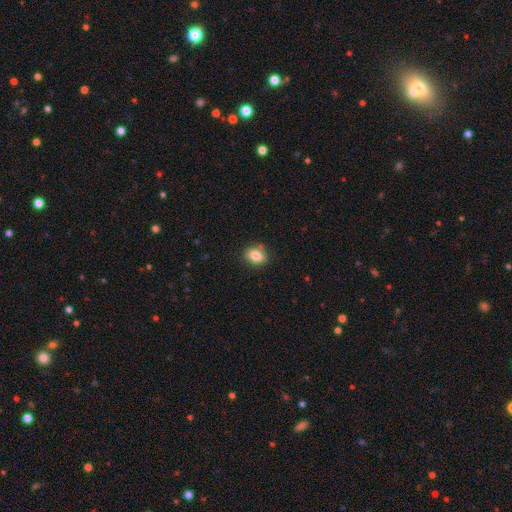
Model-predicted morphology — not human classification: smooth-or-featured: smooth: 82% | star or artifact: 9% | featured or disk: 9%
  how-rounded: in between: 64% | round: 34% | cigar-shaped: 2%
  merging: none: 81% | minor disturbance: 13% | merger: 3% | major disturbance: 3%